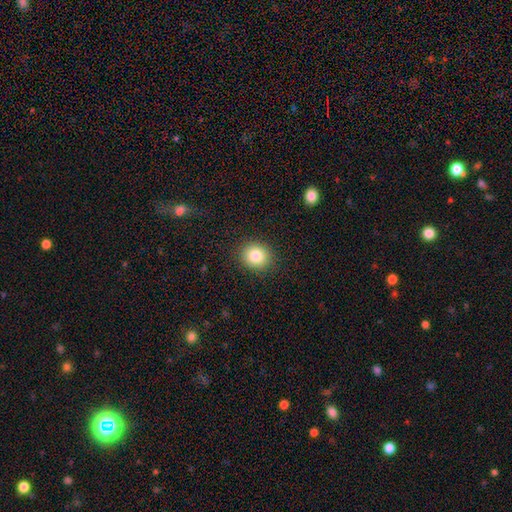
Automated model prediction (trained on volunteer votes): smooth_or_featured: smooth (p=0.82) [alt: star or artifact p=0.10]
how_rounded: round (p=0.79) [alt: in between p=0.20]
merging: none (p=0.89) [alt: minor disturbance p=0.07]